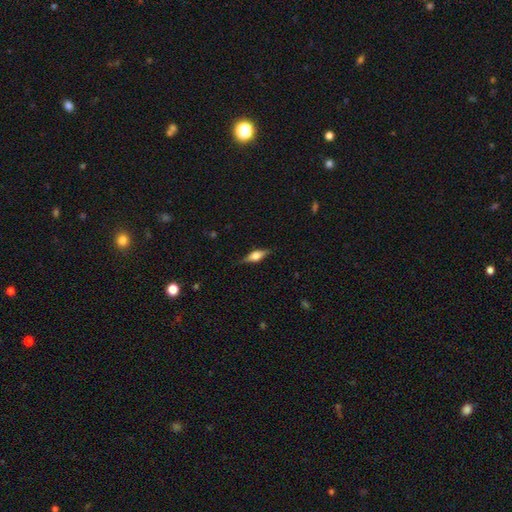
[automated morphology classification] This appears to be a featured or disk galaxy (52%) viewed edge-on (93%). Merging: none (82%).